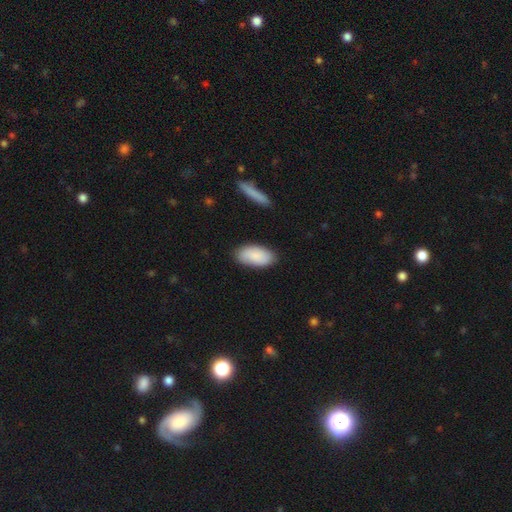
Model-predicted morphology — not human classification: A smooth galaxy with no disk features (86%) that is in between round and cigar-shaped (94%). Merging: none (82%).